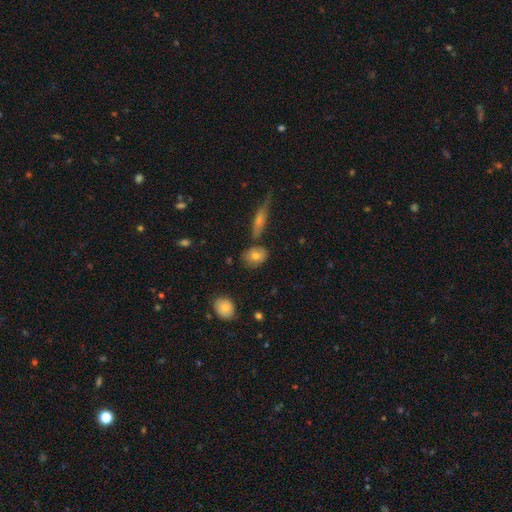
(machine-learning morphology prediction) A smooth galaxy with no disk features (75%) that is in between round and cigar-shaped (55%). Merging: none (70%).